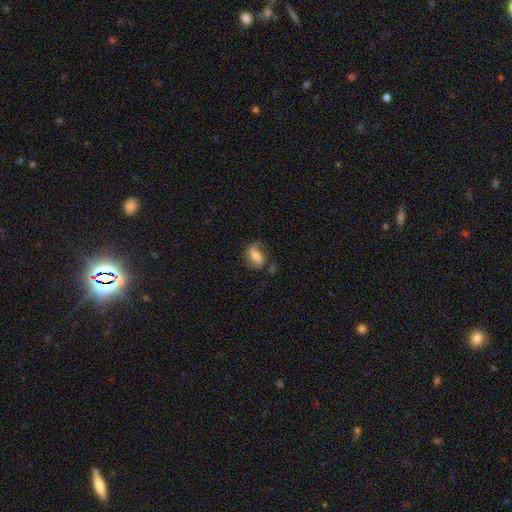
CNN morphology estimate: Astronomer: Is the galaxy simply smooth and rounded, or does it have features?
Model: featured or disk — 50% (runner-up: smooth, 41%).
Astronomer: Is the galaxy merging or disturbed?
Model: none — 56%.